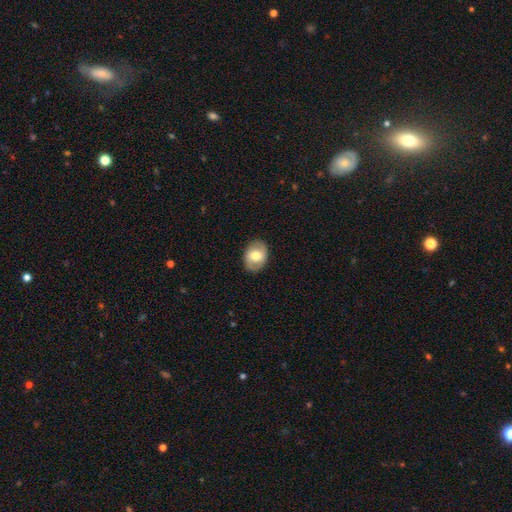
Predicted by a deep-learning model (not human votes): smooth-or-featured: smooth: 64% | featured or disk: 29% | star or artifact: 7%
  how-rounded: in between: 70% | round: 29% | cigar-shaped: 1%
  merging: none: 86% | minor disturbance: 10% | major disturbance: 3% | merger: 1%